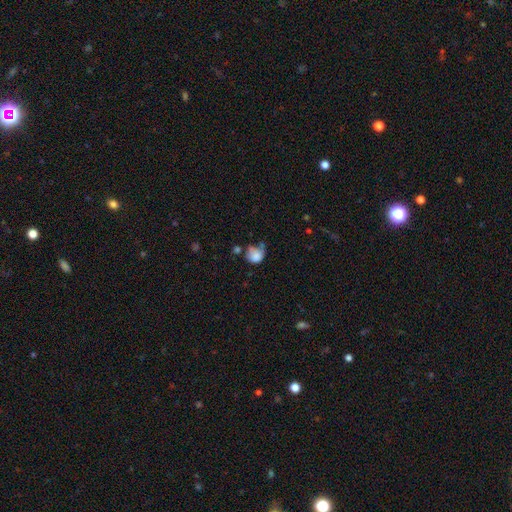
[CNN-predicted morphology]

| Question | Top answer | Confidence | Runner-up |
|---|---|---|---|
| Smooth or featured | smooth | 78% | featured or disk (13%) |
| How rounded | round | 71% | in between (28%) |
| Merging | none | 34% | minor disturbance (30%) |